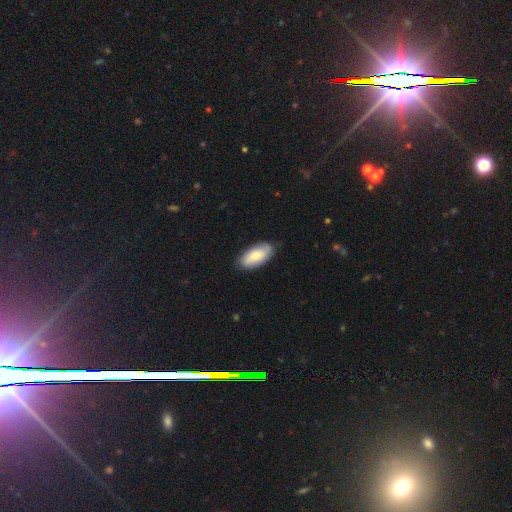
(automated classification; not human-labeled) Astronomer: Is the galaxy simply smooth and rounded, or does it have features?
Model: smooth — 70%.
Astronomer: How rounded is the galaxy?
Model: in between — 91%.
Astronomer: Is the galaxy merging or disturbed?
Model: none — 82%.